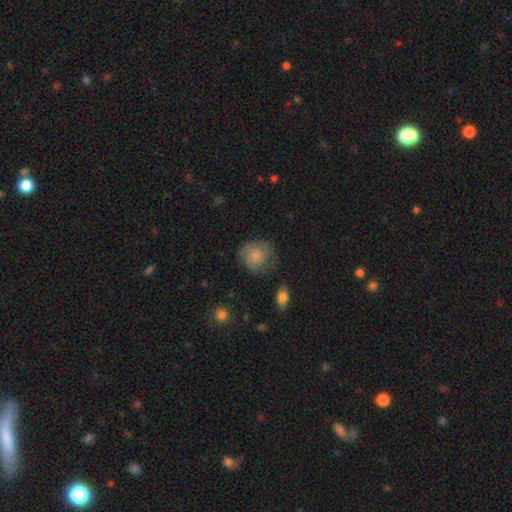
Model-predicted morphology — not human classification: The model was most divided on "merging": none: 55%, minor disturbance: 29%, major disturbance: 14%, merger: 2%. More confident: how rounded — round (78%); smooth or featured — smooth (71%).